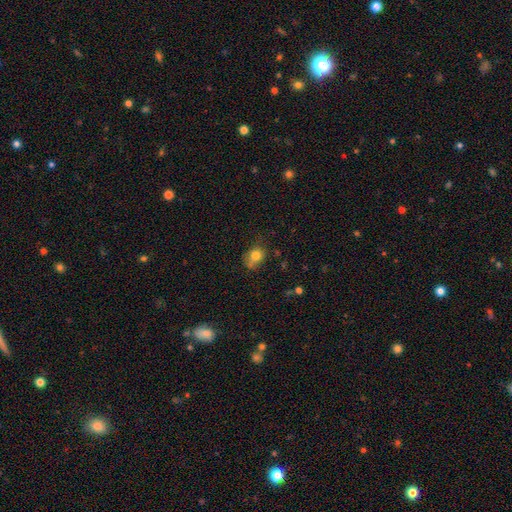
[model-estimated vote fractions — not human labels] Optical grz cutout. It shows a smooth galaxy with no disk features (77%) that is round (58%). Merging: none (50%).